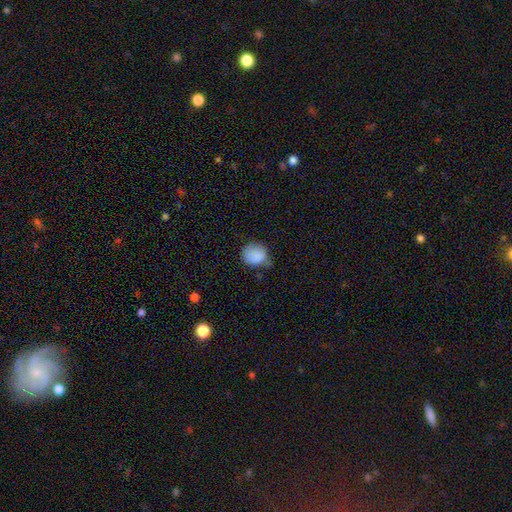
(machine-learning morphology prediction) Overall: smooth (86%). How rounded: round (78%). Merging: none (51%; minor disturbance 35%).